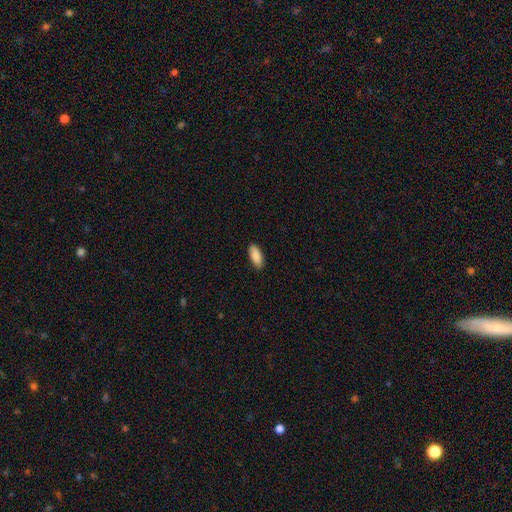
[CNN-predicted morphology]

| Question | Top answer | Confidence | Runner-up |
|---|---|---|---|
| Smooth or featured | smooth | 88% | featured or disk (7%) |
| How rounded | in between | 84% | cigar-shaped (14%) |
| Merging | none | 89% | minor disturbance (8%) |